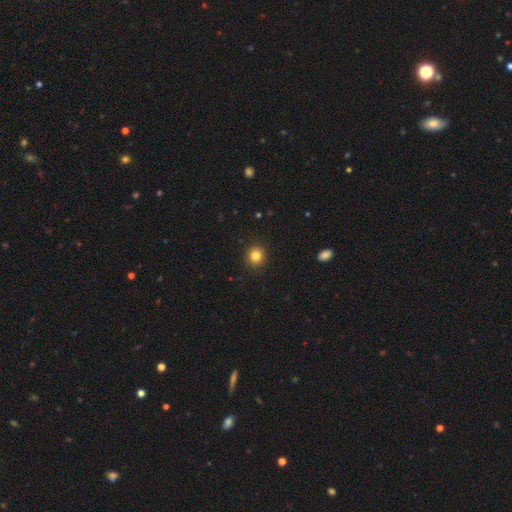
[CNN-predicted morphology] smooth-or-featured: smooth: 83% | star or artifact: 11% | featured or disk: 5%
  how-rounded: round: 84% | in between: 15% | cigar-shaped: 1%
  merging: none: 90% | minor disturbance: 7% | major disturbance: 2% | merger: 1%